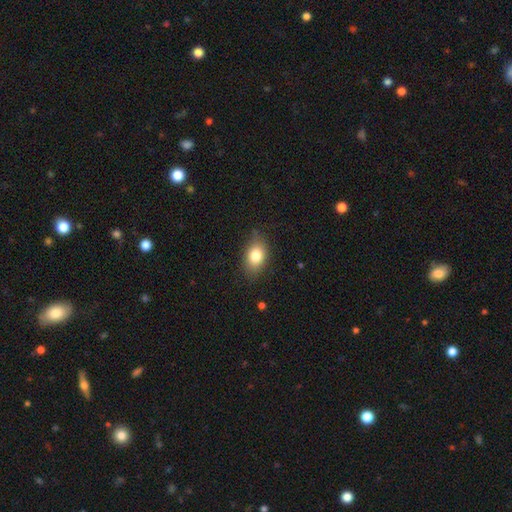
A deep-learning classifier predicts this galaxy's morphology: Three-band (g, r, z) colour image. It shows a smooth galaxy with no disk features (81%) that is in between round and cigar-shaped (82%). Merging: none (80%).